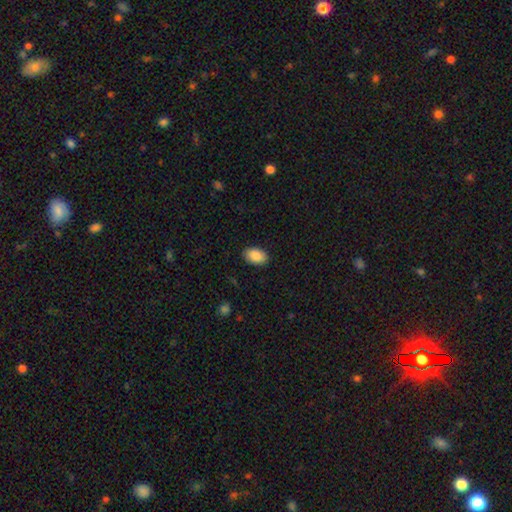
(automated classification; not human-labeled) A smooth galaxy with no disk features (89%) that is in between round and cigar-shaped (90%). Merging: none (89%).